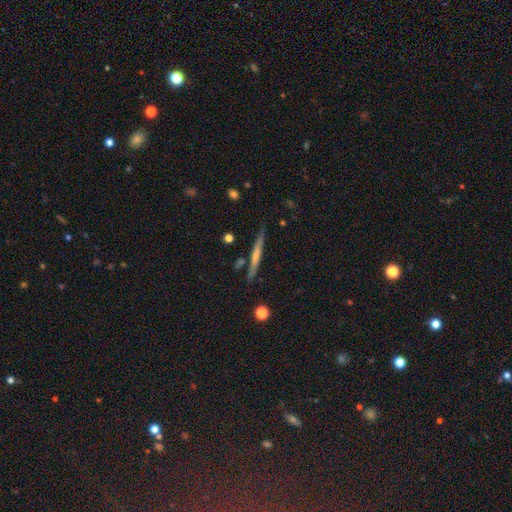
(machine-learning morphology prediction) Overall: featured or disk (58%; smooth 35%). Edge-on disk: yes (97%). Edge-on bulge: none (50%; rounded 44%). Merging: none (85%).